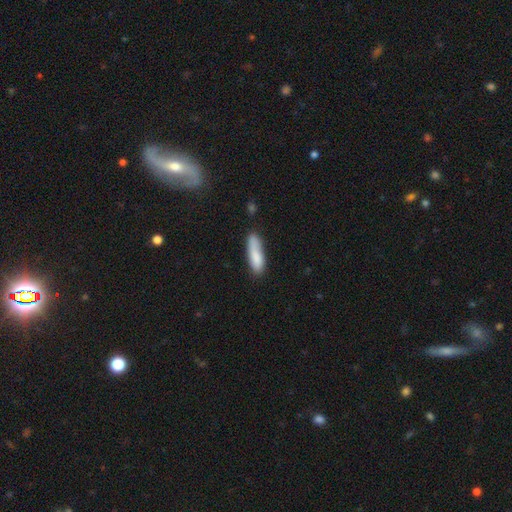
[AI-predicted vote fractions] Smooth or featured: smooth — 82% (featured or disk — 11%)
How rounded: cigar-shaped — 63% (in between — 35%)
Merging: none — 65% (minor disturbance — 24%)